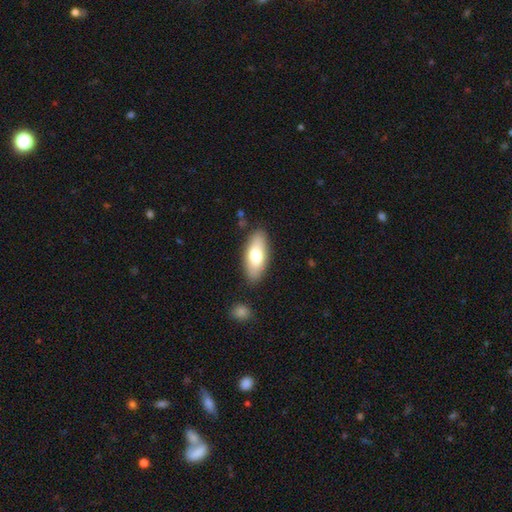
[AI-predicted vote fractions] Morphology: type=smooth (74%); roundness=in between (79%); merging=none (84%).